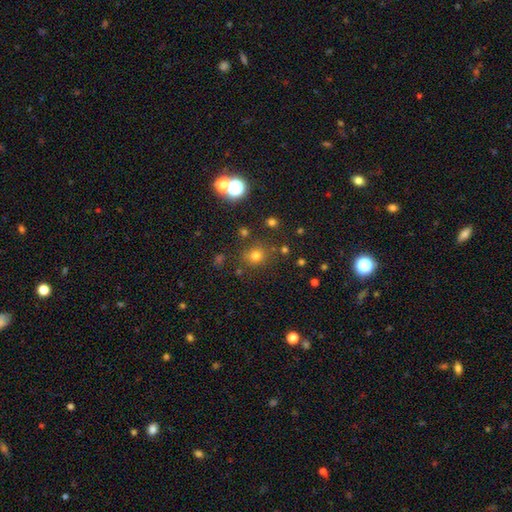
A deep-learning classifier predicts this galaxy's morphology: Smooth or featured? Predicted: smooth (p=0.70). How rounded? Predicted: round (p=0.84). Merging? Predicted: none (p=0.80).